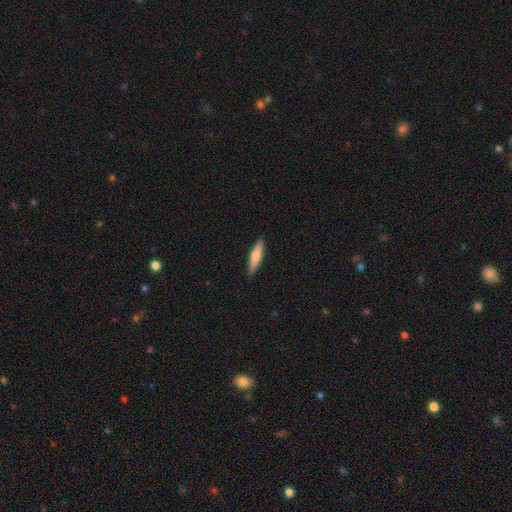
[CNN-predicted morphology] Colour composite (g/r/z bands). It shows a smooth galaxy with no disk features (66%) that is cigar-shaped (77%). Merging: none (89%).